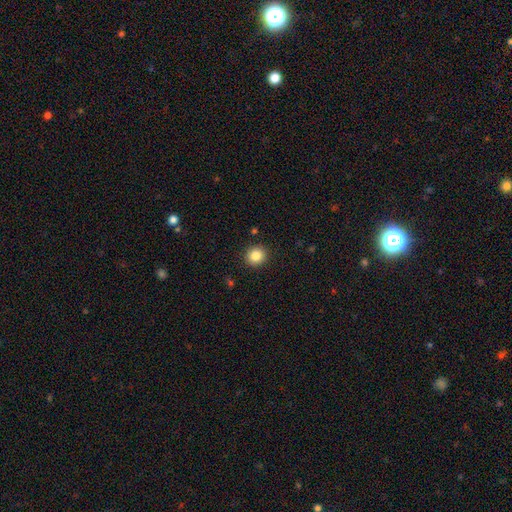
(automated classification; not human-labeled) smooth_or_featured: smooth (p=0.85) [alt: star or artifact p=0.10]
how_rounded: round (p=0.89) [alt: in between p=0.10]
merging: none (p=0.91) [alt: minor disturbance p=0.06]